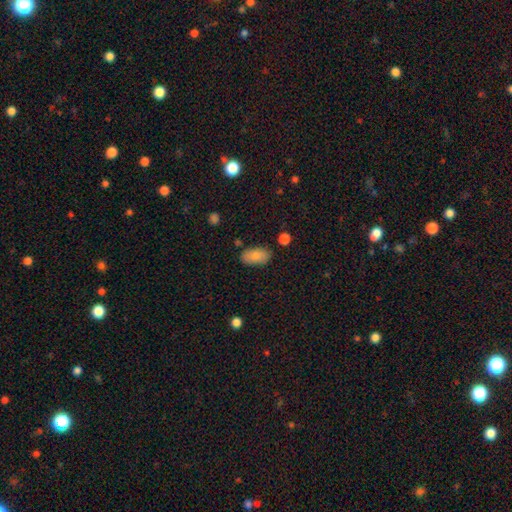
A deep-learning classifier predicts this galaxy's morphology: smooth-or-featured: smooth: 83% | featured or disk: 10% | star or artifact: 7%
  how-rounded: in between: 94% | round: 4% | cigar-shaped: 3%
  merging: none: 83% | minor disturbance: 12% | major disturbance: 3% | merger: 3%